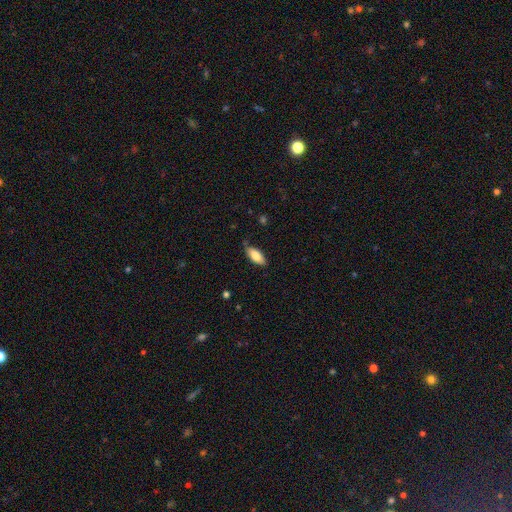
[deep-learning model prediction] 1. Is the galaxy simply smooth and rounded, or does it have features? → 81% smooth, 13% featured or disk, 6% star or artifact.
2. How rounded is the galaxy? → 81% in between, 17% cigar-shaped, 2% round.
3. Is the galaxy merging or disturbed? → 77% none, 19% minor disturbance, 3% major disturbance, 2% merger.